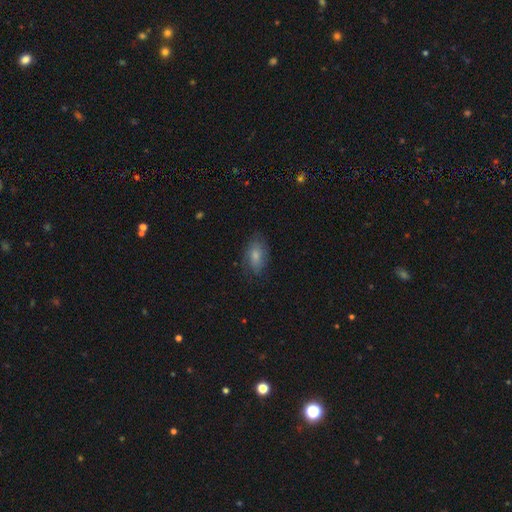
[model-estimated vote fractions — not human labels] A smooth galaxy with no disk features (74%) that is in between round and cigar-shaped (89%).

Vote fractions:
- Smooth or featured? smooth: 74% / featured or disk: 18% / star or artifact: 8%
- How rounded? in between: 89% / round: 7% / cigar-shaped: 4%
- Merging? none: 72% / minor disturbance: 20% / major disturbance: 6% / merger: 1%